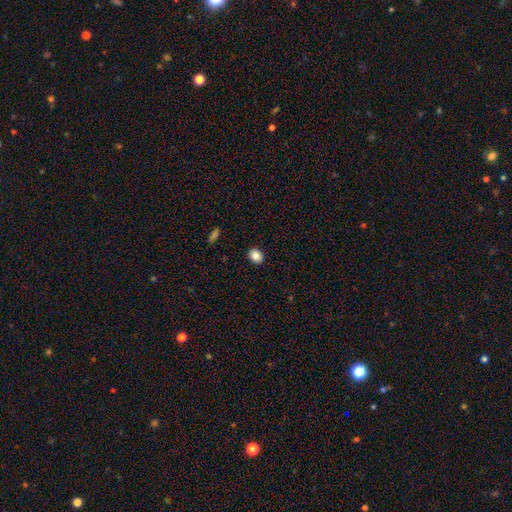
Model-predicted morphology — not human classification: A smooth galaxy with no disk features (85%) that is in between round and cigar-shaped (55%). Merging: none (90%).